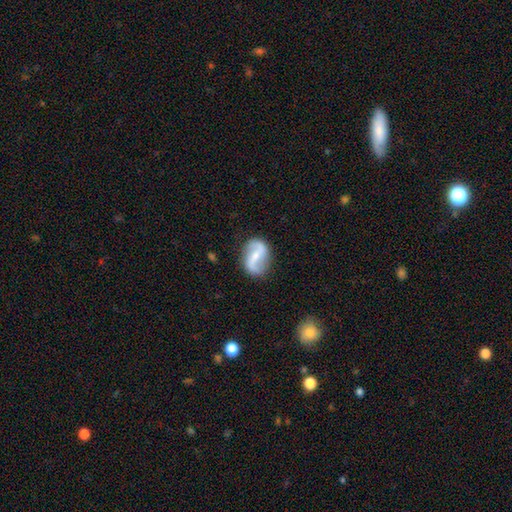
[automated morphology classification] Smooth or featured? featured or disk (78%)
Edge-on disk? no (97%)
Bar? strong (42%)
Spiral arms? yes (90%)
Spiral winding? loose (66%)
Spiral arm count? 2 (91%)
Bulge size? small (52%)
Merging? none (80%)